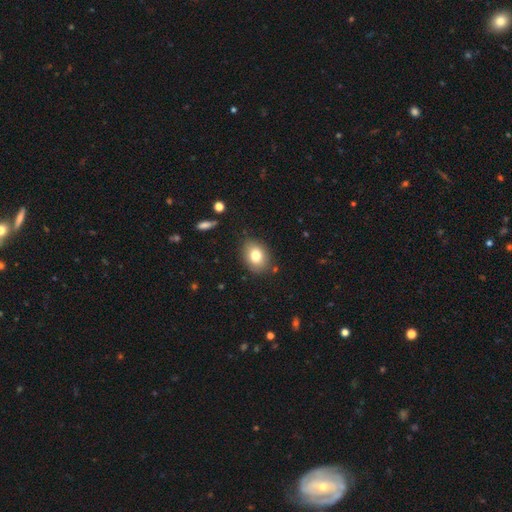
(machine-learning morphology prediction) Smooth or featured?
  - smooth: 79% *
  - featured or disk: 12%
  - star or artifact: 10%
How rounded?
  - in between: 66% *
  - round: 33%
  - cigar-shaped: 1%
Merging?
  - none: 84% *
  - minor disturbance: 12%
  - major disturbance: 3%
  - merger: 2%